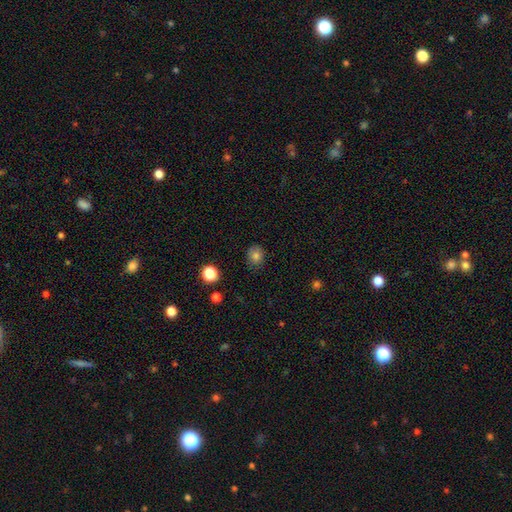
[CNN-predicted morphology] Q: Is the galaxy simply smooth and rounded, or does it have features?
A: smooth — 80%.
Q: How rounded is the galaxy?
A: round — 67%.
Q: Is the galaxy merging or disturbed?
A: none — 80%.